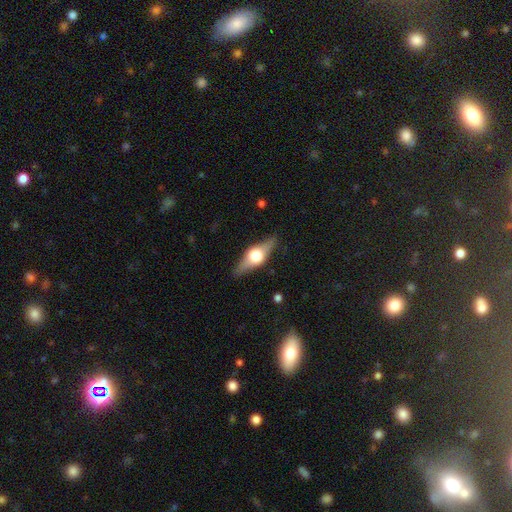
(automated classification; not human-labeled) This is likely a featured or disk galaxy (67%). It is clearly viewed edge-on (95%). Edge-on bulge: clearly rounded (95%). Merging: clearly none (86%).